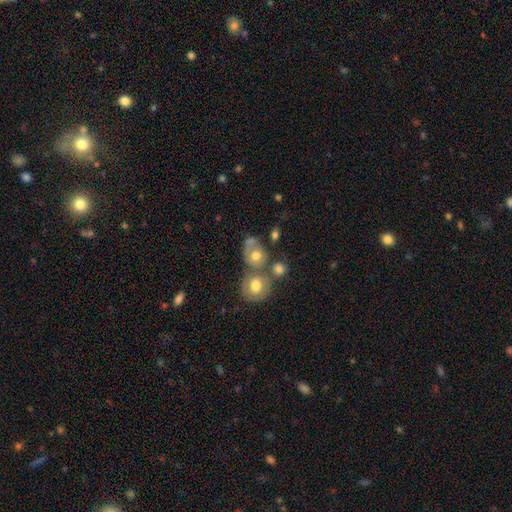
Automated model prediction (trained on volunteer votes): Overall: smooth (66%). How rounded: round (62%; in between 37%). Merging: merger (46%; none 33%).